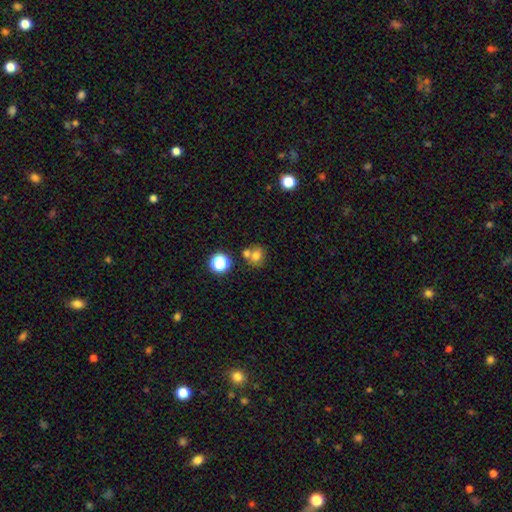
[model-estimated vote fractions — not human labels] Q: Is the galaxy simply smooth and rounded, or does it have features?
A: smooth — 70%.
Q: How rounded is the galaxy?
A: round — 71%.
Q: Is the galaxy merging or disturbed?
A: none — 50%.